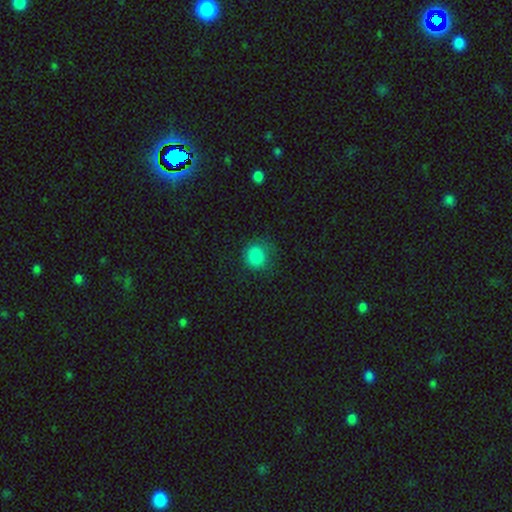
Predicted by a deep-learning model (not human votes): Q: Smooth or featured?
A: smooth (85%); runner-up: star or artifact (11%)
Q: How rounded?
A: round (80%); runner-up: in between (19%)
Q: Merging?
A: none (74%); runner-up: minor disturbance (17%)